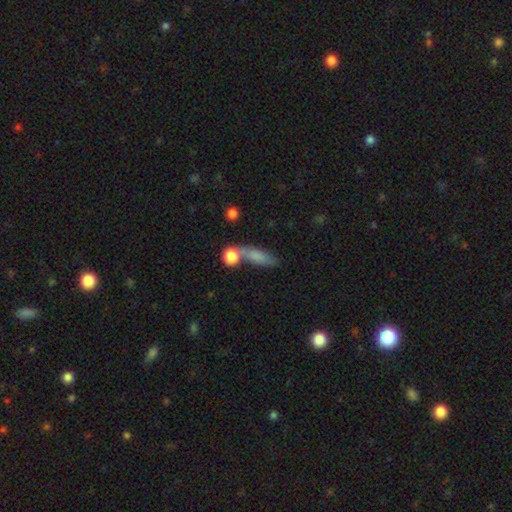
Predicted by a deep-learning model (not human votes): A smooth galaxy with no disk features (76%) that is in between round and cigar-shaped (51%). Merging: none (47%).